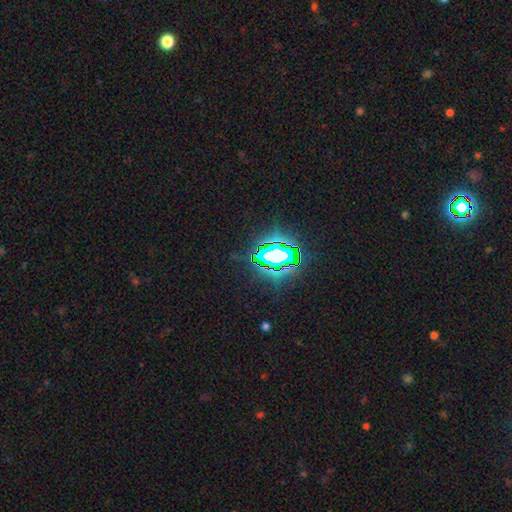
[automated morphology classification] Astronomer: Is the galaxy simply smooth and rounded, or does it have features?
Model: star or artifact — 74%.